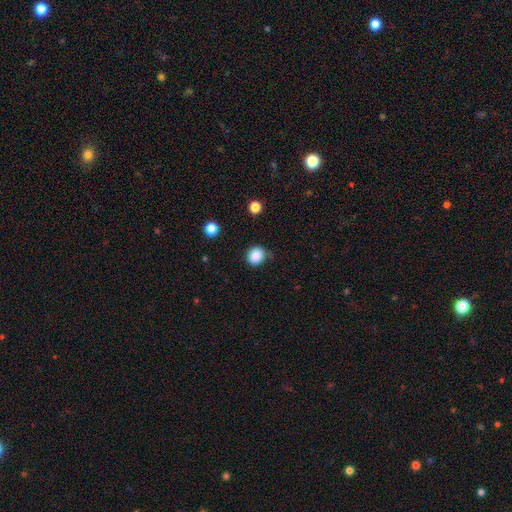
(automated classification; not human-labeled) Smooth or featured: smooth — 86% (star or artifact — 10%)
How rounded: round — 79% (in between — 20%)
Merging: none — 74% (minor disturbance — 19%)